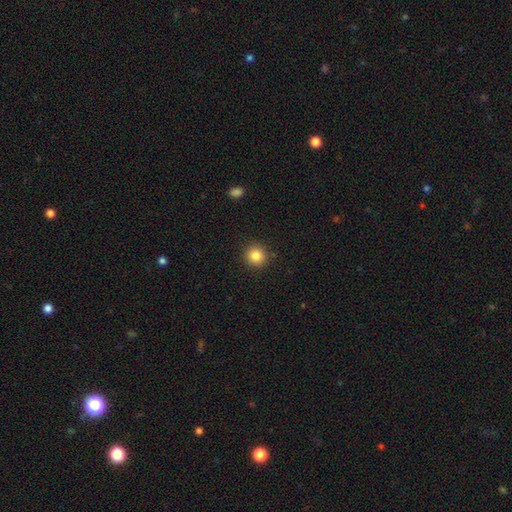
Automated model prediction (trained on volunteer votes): smooth-or-featured: smooth: 85% | star or artifact: 10% | featured or disk: 5%
  how-rounded: round: 91% | in between: 8% | cigar-shaped: 1%
  merging: none: 90% | minor disturbance: 7% | major disturbance: 2% | merger: 1%